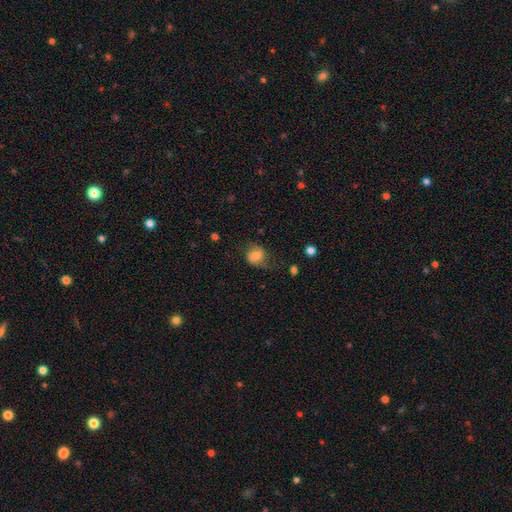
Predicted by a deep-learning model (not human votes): This is likely a smooth galaxy (64%). How rounded: likely round (68%). Merging: possibly none (56%).